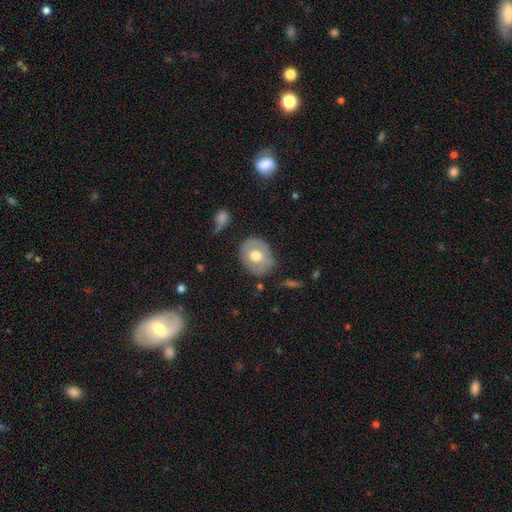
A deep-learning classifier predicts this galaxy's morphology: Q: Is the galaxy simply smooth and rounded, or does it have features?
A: smooth — 53%.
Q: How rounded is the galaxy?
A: round — 58%.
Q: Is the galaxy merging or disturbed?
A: none — 74%.